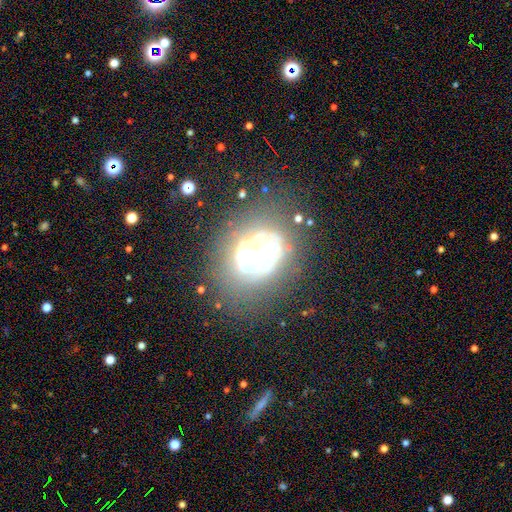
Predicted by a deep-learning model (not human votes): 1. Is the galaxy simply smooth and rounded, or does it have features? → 57% featured or disk, 22% star or artifact, 20% smooth.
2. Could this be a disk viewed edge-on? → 96% no, 4% yes.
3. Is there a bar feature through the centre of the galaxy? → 89% no, 6% weak, 5% strong.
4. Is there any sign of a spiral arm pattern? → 81% no, 19% yes.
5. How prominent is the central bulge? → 30% none, 24% large, 21% dominant, 16% moderate, 10% small.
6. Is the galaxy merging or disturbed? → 49% none, 23% major disturbance, 19% minor disturbance, 10% merger.